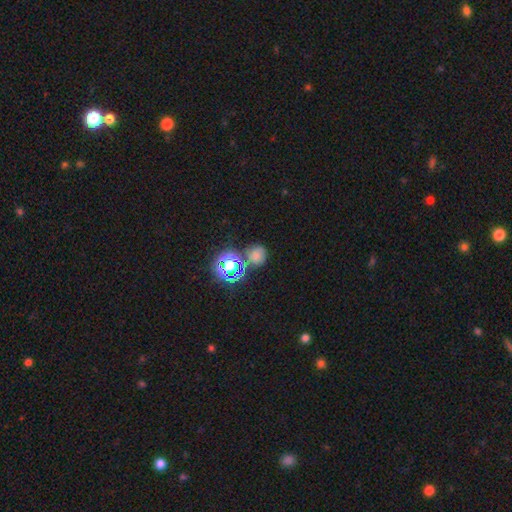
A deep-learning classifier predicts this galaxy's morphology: smooth-or-featured: smooth: 56% | star or artifact: 35% | featured or disk: 9%
  how-rounded: round: 77% | in between: 22% | cigar-shaped: 1%
  merging: none: 62% | merger: 19% | minor disturbance: 13% | major disturbance: 6%